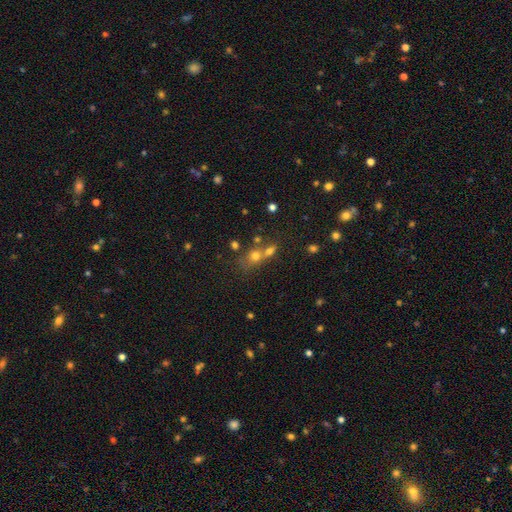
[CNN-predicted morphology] The model was most divided on "merging": merger: 53%, none: 34%, minor disturbance: 8%, major disturbance: 5%. More confident: how rounded — round (67%); smooth or featured — smooth (61%).